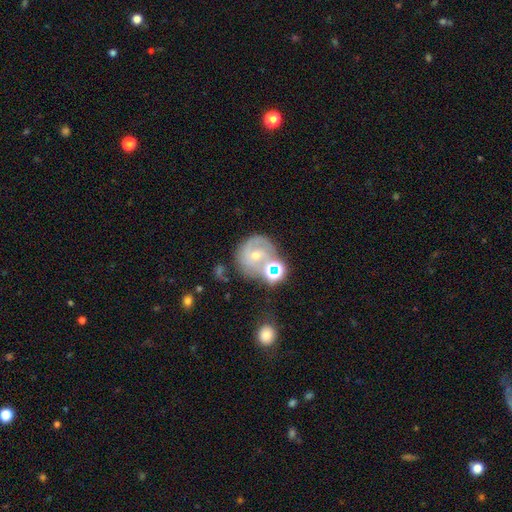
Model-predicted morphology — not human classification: The model was most divided on "bulge size": small: 53%, moderate: 42%, large: 2%, none: 2%, dominant: 1%. More confident: edge-on disk — no (97%); spiral arms — yes (78%); bar — no (63%); smooth or featured — featured or disk (61%); merging — none (53%).